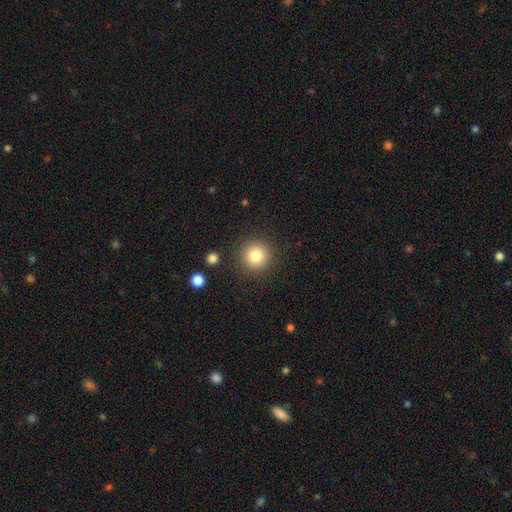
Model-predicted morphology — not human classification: Overall: smooth (82%). How rounded: round (95%). Merging: none (89%).